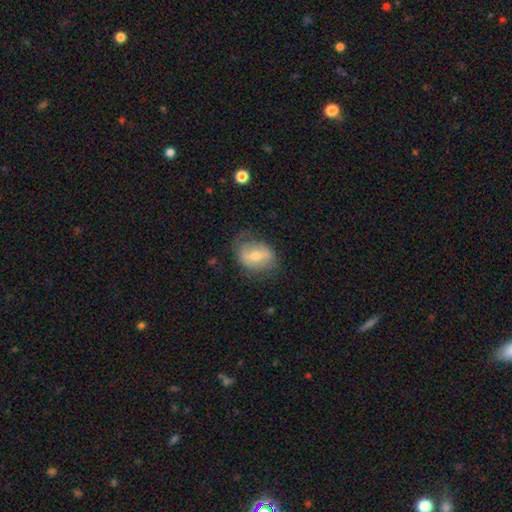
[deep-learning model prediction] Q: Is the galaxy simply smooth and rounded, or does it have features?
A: featured or disk — 47%.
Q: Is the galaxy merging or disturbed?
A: none — 59%.